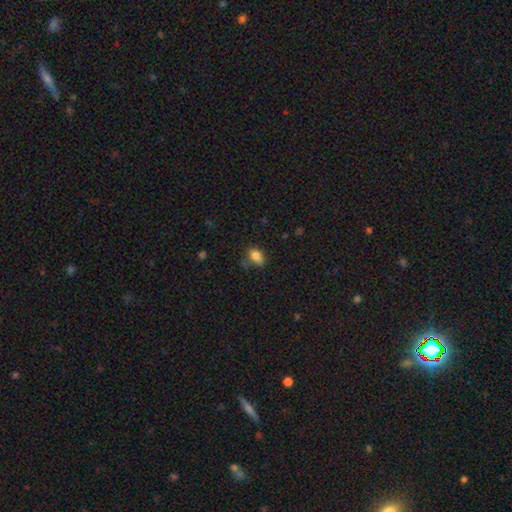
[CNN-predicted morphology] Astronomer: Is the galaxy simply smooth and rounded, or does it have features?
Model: smooth — 83%.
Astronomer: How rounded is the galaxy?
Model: in between — 82%.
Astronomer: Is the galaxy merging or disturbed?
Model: none — 59%.